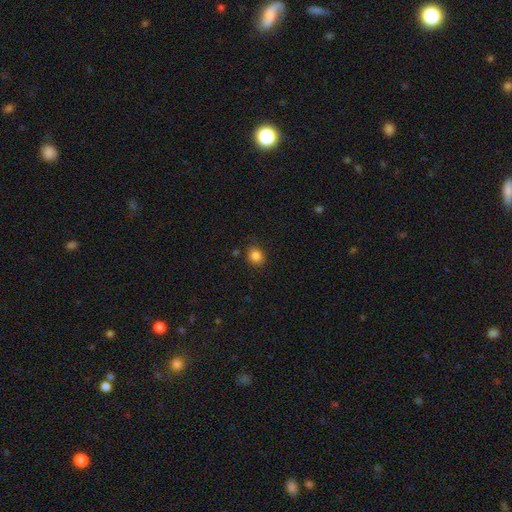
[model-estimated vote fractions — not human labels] A smooth galaxy with no disk features (84%) that is round (70%). Merging: none (83%).